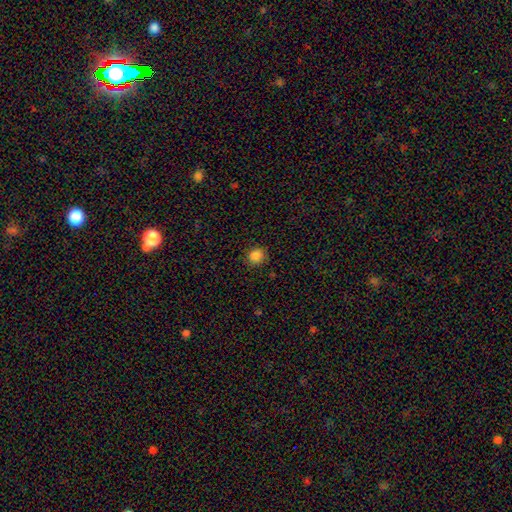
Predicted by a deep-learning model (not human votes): A smooth galaxy with no disk features (86%) that is round (84%).

Vote fractions:
- Smooth or featured? smooth: 86% / star or artifact: 11% / featured or disk: 3%
- How rounded? round: 84% / in between: 15% / cigar-shaped: 1%
- Merging? none: 86% / minor disturbance: 10% / major disturbance: 3% / merger: 1%